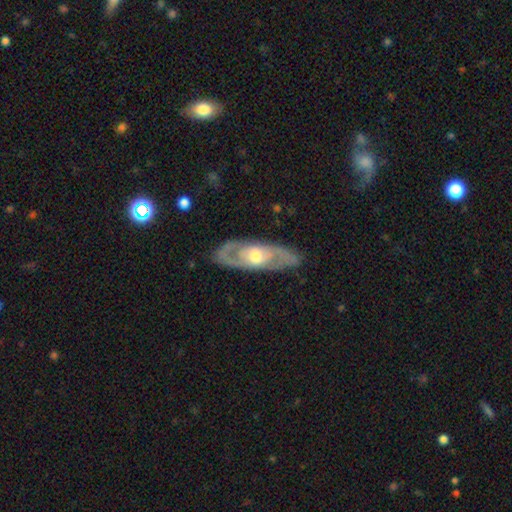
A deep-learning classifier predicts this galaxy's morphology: featured or disk 73%, smooth 22%, star or artifact 4%. Down the decision tree: edge-on disk — no (81%); bar — no (66%); spiral arms — yes (59%); bulge size — moderate (70%); merging — none (83%).